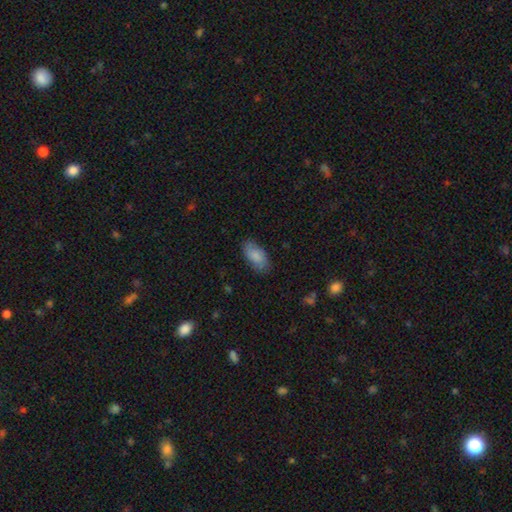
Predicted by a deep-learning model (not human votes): This appears to be a smooth galaxy with no disk features (84%) that is in between round and cigar-shaped (93%). Merging: none (81%).